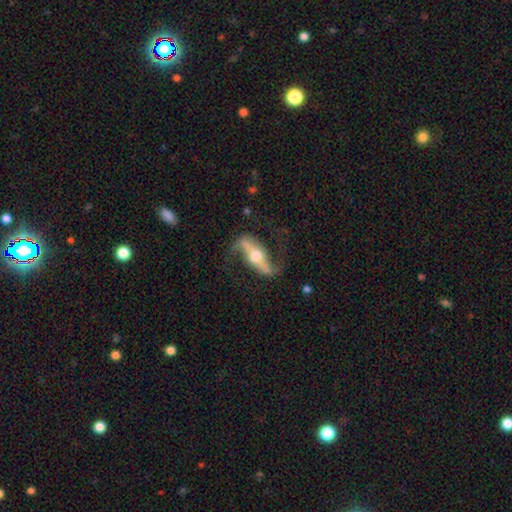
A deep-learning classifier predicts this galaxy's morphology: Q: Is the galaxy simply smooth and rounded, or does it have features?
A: featured or disk — 85%.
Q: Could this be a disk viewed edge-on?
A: no — 76%.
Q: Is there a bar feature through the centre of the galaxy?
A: strong — 57%.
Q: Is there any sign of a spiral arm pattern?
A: yes — 91%.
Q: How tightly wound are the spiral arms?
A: loose — 68%.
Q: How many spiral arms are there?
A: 2 — 93%.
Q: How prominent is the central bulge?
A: moderate — 64%.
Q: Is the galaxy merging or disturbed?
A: none — 73%.